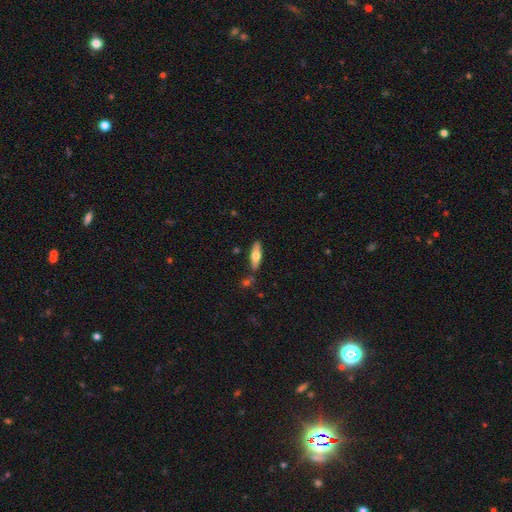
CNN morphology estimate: Overall: smooth (64%; featured or disk 31%). How rounded: cigar-shaped (50%; in between 48%). Merging: none (78%).